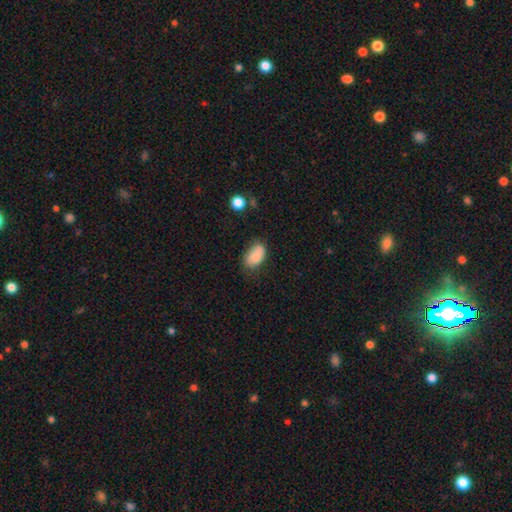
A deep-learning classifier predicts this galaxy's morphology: type=smooth (79%); roundness=in between (91%); merging=none (54%).